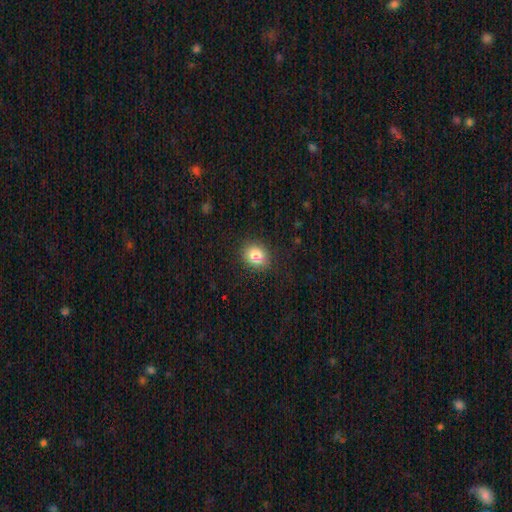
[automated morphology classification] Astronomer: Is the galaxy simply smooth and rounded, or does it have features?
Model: smooth — 82%.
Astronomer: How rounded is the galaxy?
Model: round — 56% (runner-up: in between, 43%).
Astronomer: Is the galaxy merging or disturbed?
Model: none — 87%.